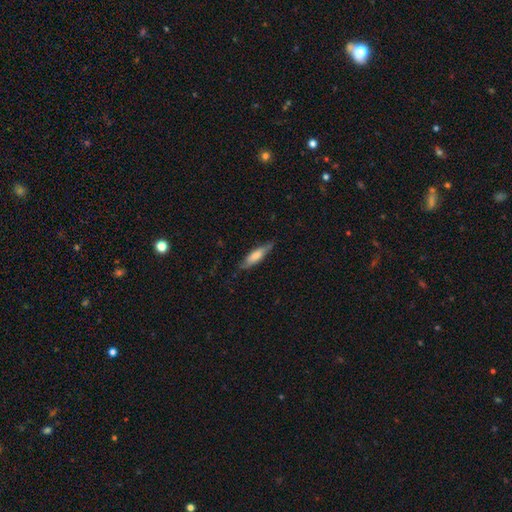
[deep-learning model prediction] A smooth galaxy with no disk features (63%) that is cigar-shaped (66%). Merging: none (76%).